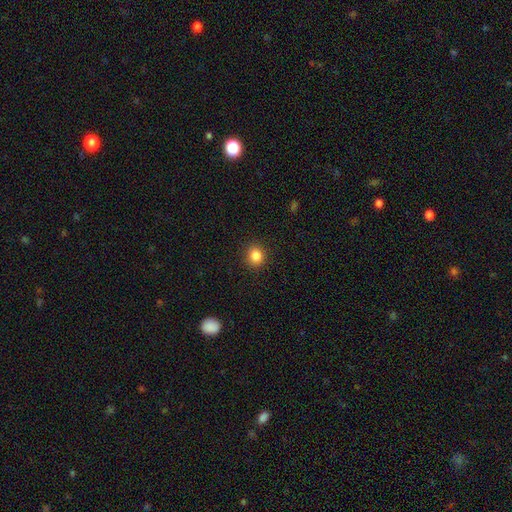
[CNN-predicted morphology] Overall: smooth (84%). How rounded: round (82%). Merging: none (90%).